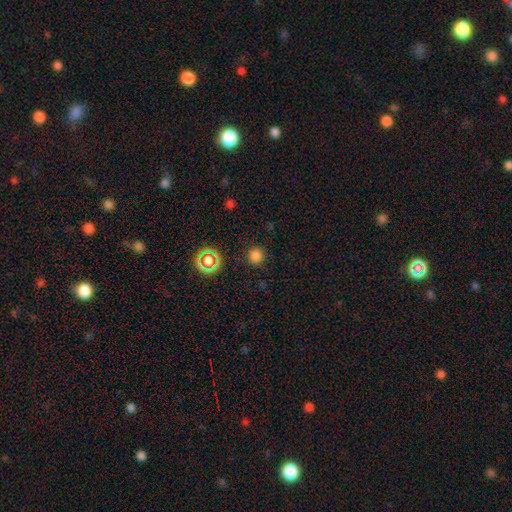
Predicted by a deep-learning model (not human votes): Smooth or featured? smooth (77%)
How rounded? round (94%)
Merging? none (90%)